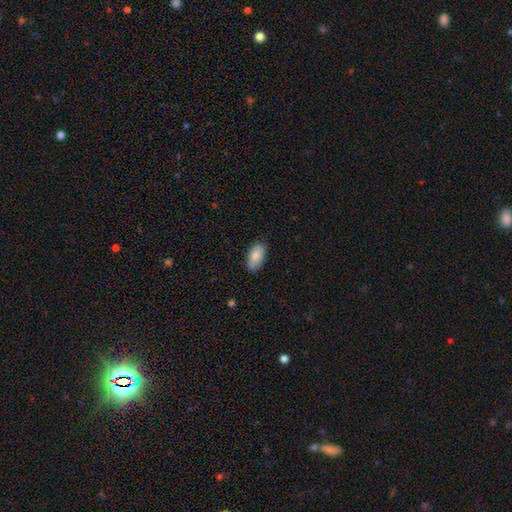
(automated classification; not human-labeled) A smooth galaxy with no disk features (87%) that is in between round and cigar-shaped (94%).

Vote fractions:
- Smooth or featured? smooth: 87% / featured or disk: 7% / star or artifact: 6%
- How rounded? in between: 94% / round: 3% / cigar-shaped: 3%
- Merging? none: 84% / minor disturbance: 12% / major disturbance: 2% / merger: 1%